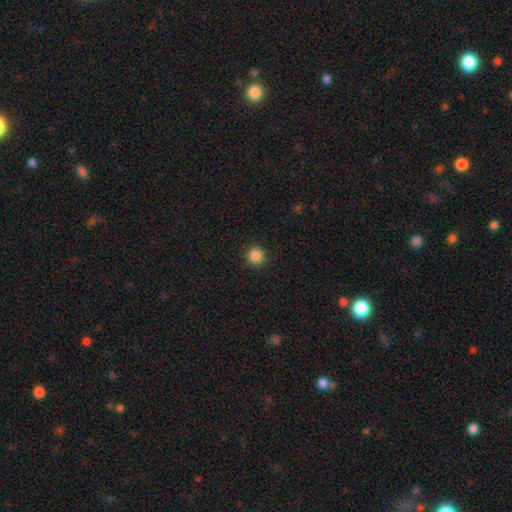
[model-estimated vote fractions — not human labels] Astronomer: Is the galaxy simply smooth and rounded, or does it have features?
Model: smooth — 86%.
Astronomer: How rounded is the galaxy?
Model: round — 95%.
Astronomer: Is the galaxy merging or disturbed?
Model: none — 93%.